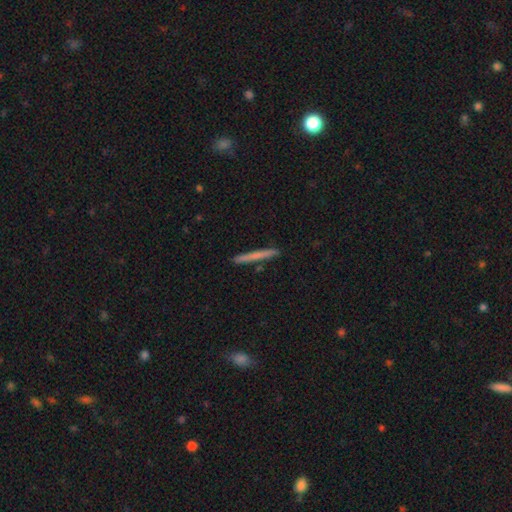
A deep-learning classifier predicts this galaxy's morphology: This appears to be a smooth galaxy with no disk features (67%) that is cigar-shaped (97%). Merging: none (92%).